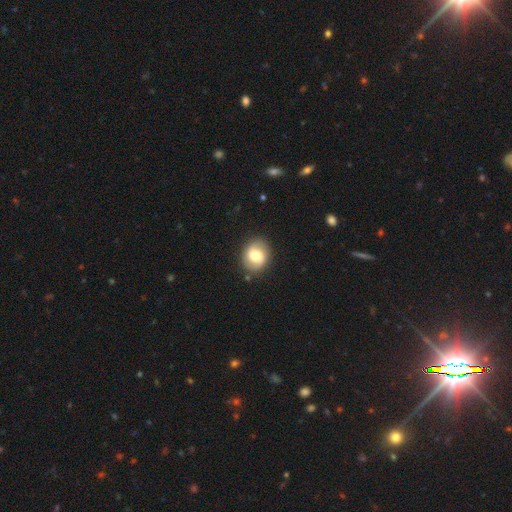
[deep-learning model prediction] Smooth or featured? Predicted: smooth (p=0.48). Merging? Predicted: none (p=0.84).